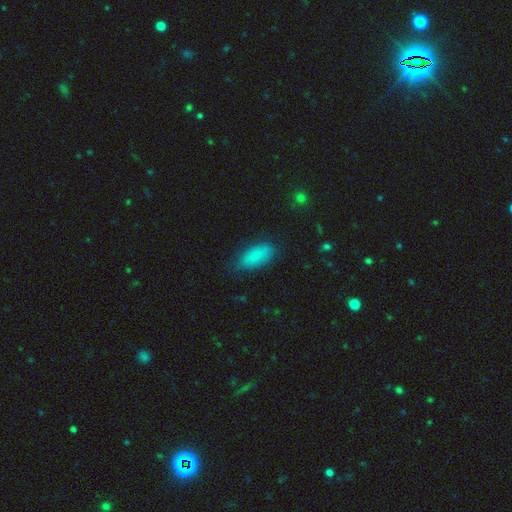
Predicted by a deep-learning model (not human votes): Smooth or featured? Predicted: smooth (p=0.83). How rounded? Predicted: in between (p=0.85). Merging? Predicted: none (p=0.75).